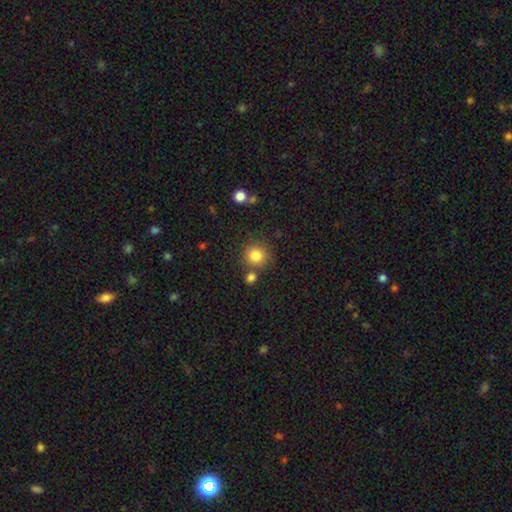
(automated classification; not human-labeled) A smooth galaxy with no disk features (83%) that is round (91%).

Vote fractions:
- Smooth or featured? smooth: 83% / star or artifact: 11% / featured or disk: 6%
- How rounded? round: 91% / in between: 8% / cigar-shaped: 1%
- Merging? none: 74% / merger: 12% / minor disturbance: 10% / major disturbance: 4%